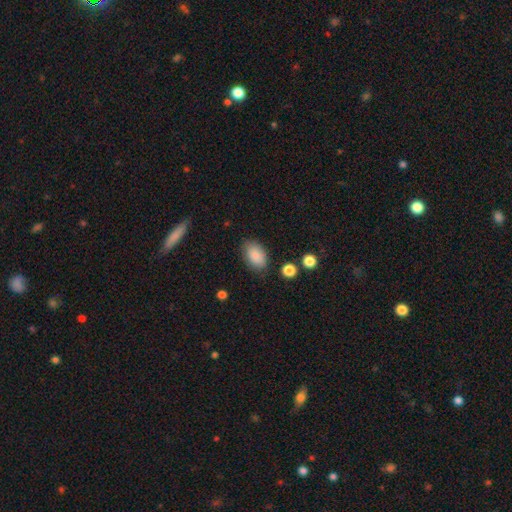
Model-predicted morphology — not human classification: A smooth galaxy with no disk features (86%) that is in between round and cigar-shaped (90%). Merging: none (80%).